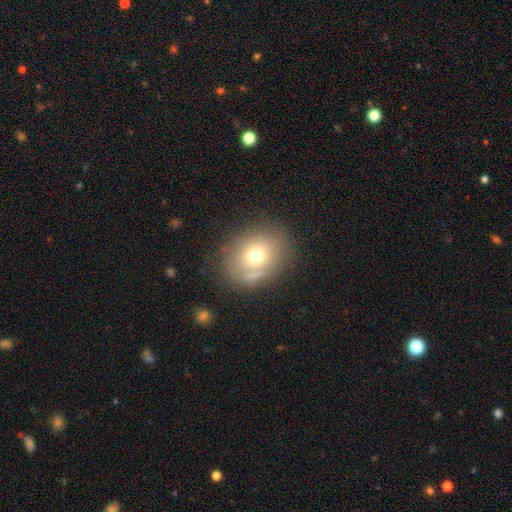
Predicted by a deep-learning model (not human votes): Smooth or featured?
  - smooth: 66% *
  - featured or disk: 22%
  - star or artifact: 12%
How rounded?
  - round: 55% *
  - in between: 44%
  - cigar-shaped: 1%
Merging?
  - none: 69% *
  - minor disturbance: 17%
  - merger: 8%
  - major disturbance: 6%